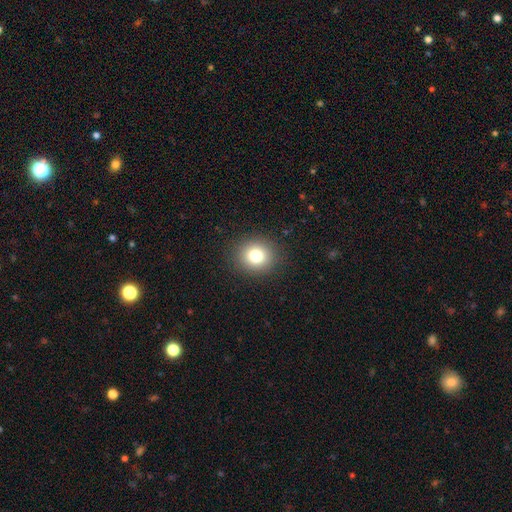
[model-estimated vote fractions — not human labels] Morphology: type=smooth (79%); roundness=round (81%); merging=none (90%).